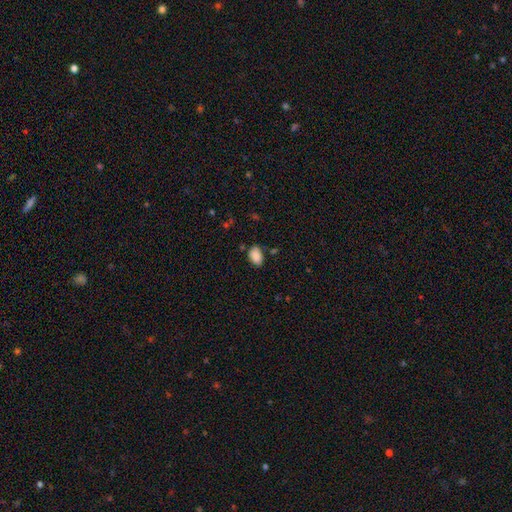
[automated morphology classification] smooth_or_featured: smooth (p=0.88) [alt: star or artifact p=0.08]
how_rounded: in between (p=0.89) [alt: round p=0.10]
merging: none (p=0.78) [alt: minor disturbance p=0.15]